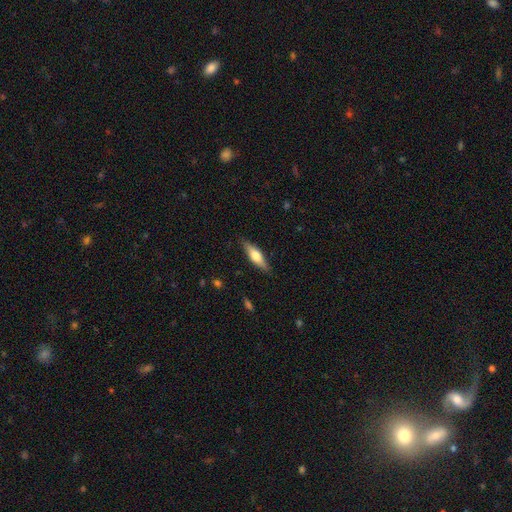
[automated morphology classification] smooth-or-featured: smooth: 53% | featured or disk: 41% | star or artifact: 6%
  how-rounded: cigar-shaped: 58% | in between: 40% | round: 2%
  merging: none: 85% | minor disturbance: 11% | major disturbance: 2% | merger: 1%